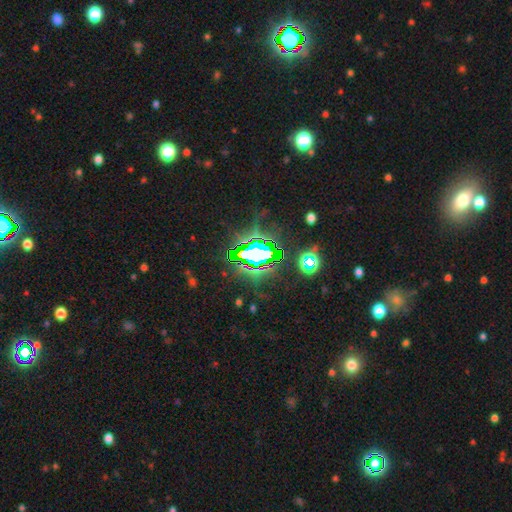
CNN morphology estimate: Overall: star or artifact (74%).